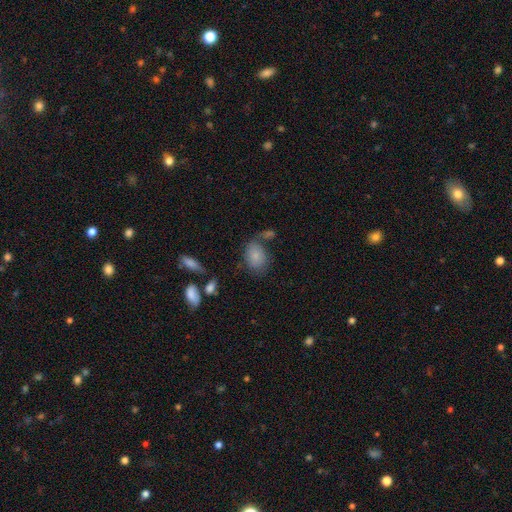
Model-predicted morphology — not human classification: Smooth or featured: smooth — 80% (featured or disk — 11%)
How rounded: in between — 76% (round — 23%)
Merging: none — 55% (minor disturbance — 21%)